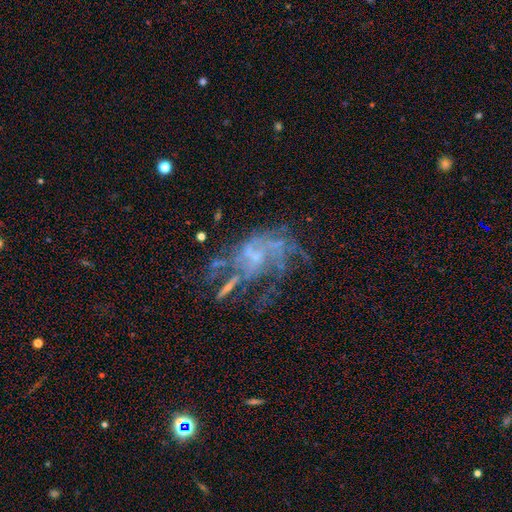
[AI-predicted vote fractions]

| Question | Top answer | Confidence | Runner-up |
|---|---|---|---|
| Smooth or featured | featured or disk | 71% | star or artifact (18%) |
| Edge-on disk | no | 97% | yes (3%) |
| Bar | no | 67% | weak (26%) |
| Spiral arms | yes | 62% | no (38%) |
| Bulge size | small | 44% | none (34%) |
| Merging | major disturbance | 39% | none (35%) |